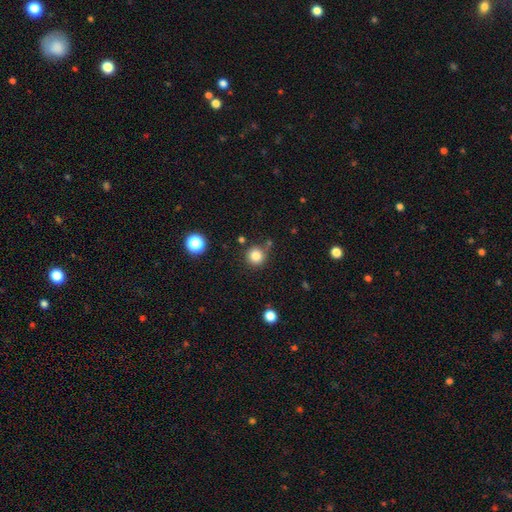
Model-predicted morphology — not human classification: This is clearly a smooth galaxy (83%). How rounded: clearly round (94%). Merging: likely none (79%).